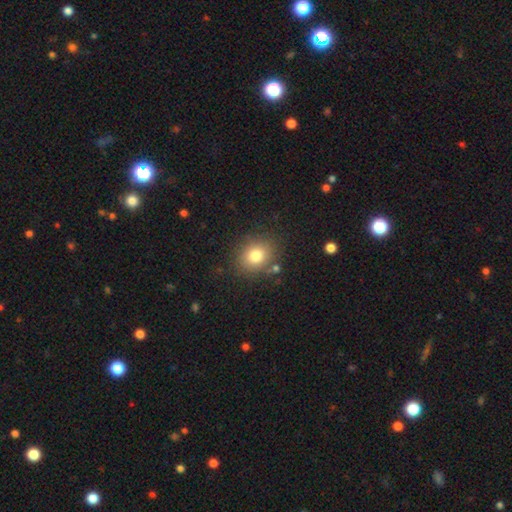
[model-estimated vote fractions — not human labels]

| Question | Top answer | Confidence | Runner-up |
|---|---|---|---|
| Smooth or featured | smooth | 79% | star or artifact (12%) |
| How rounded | round | 61% | in between (39%) |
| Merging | none | 81% | minor disturbance (11%) |